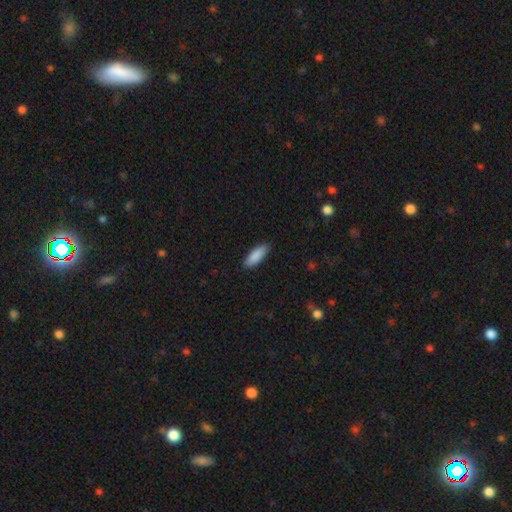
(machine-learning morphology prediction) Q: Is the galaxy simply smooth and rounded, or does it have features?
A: smooth — 89%.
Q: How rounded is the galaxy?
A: in between — 61%.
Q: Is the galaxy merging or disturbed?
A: none — 87%.